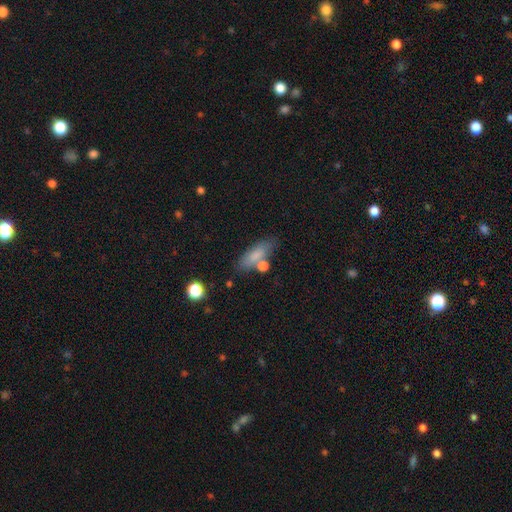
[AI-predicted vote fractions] Smooth or featured: smooth — 78% (featured or disk — 14%)
How rounded: in between — 57% (cigar-shaped — 39%)
Merging: none — 68% (minor disturbance — 15%)